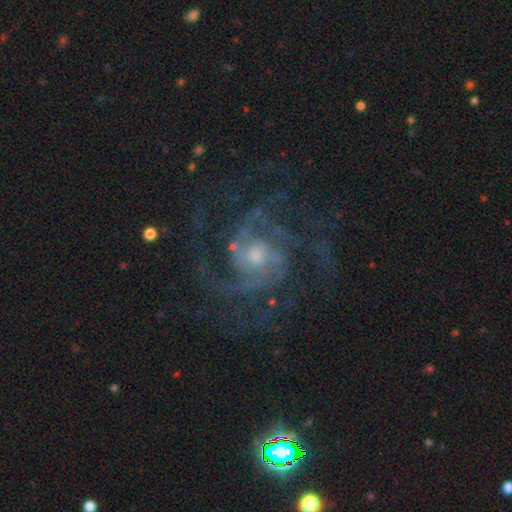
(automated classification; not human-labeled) featured or disk 87%, star or artifact 7%, smooth 6%. Down the decision tree: edge-on disk — no (98%); bar — no (68%); spiral arms — yes (96%); spiral arm count — 2 (40%); spiral winding — medium (54%); bulge size — moderate (56%); merging — none (66%).